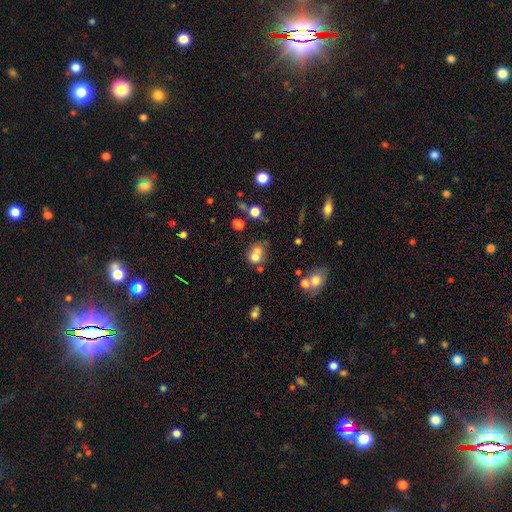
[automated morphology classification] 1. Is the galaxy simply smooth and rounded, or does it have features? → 69% smooth, 16% featured or disk, 15% star or artifact.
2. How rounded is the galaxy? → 65% round, 34% in between, 1% cigar-shaped.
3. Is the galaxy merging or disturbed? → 54% merger, 31% none, 9% minor disturbance, 6% major disturbance.